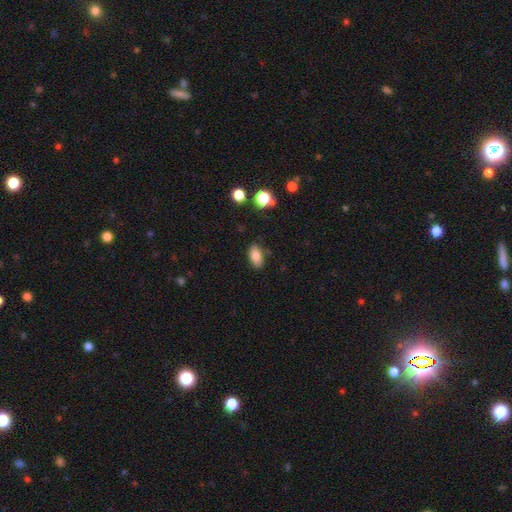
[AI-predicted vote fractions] smooth 84%, star or artifact 9%, featured or disk 7%. Down the decision tree: how rounded — in between (90%); merging — none (82%).